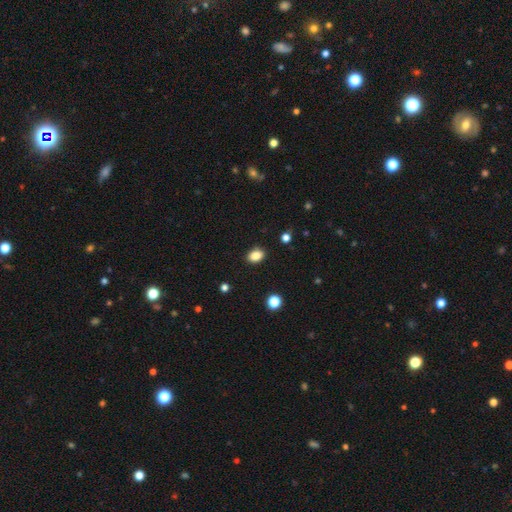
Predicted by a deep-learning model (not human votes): Smooth or featured? Predicted: smooth (p=0.86). How rounded? Predicted: in between (p=0.75). Merging? Predicted: none (p=0.89).